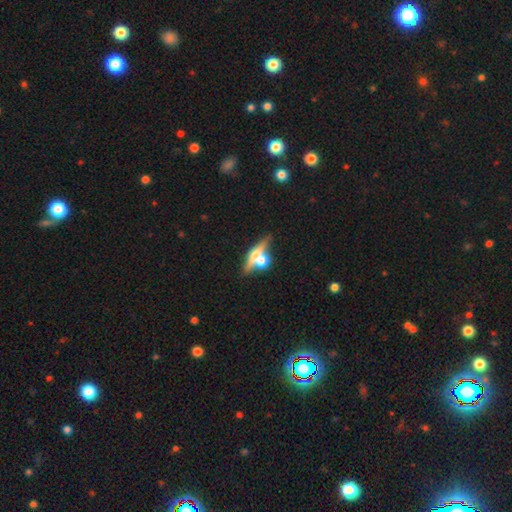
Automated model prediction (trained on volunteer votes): Smooth or featured?
  - featured or disk: 51% *
  - smooth: 41%
  - star or artifact: 8%
Edge-on disk?
  - yes: 79% *
  - no: 21%
Merging?
  - merger: 45% *
  - none: 39%
  - minor disturbance: 10%
  - major disturbance: 6%